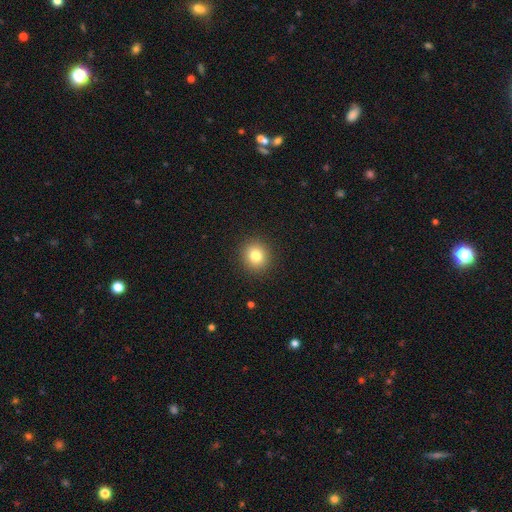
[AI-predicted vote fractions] Smooth or featured? Predicted: smooth (p=0.81). How rounded? Predicted: round (p=0.88). Merging? Predicted: none (p=0.91).